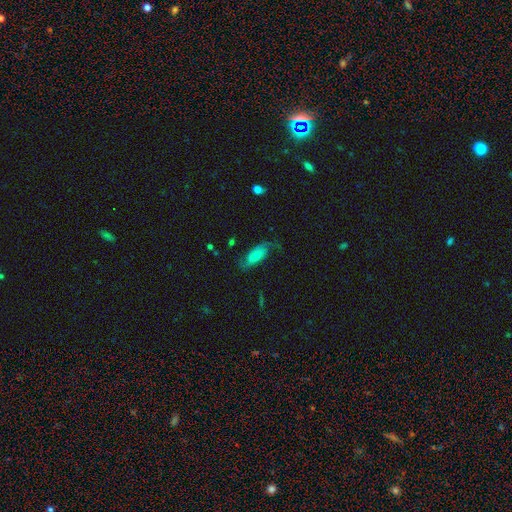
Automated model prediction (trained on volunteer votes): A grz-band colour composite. It shows a smooth galaxy with no disk features (48%). Merging: none (58%).